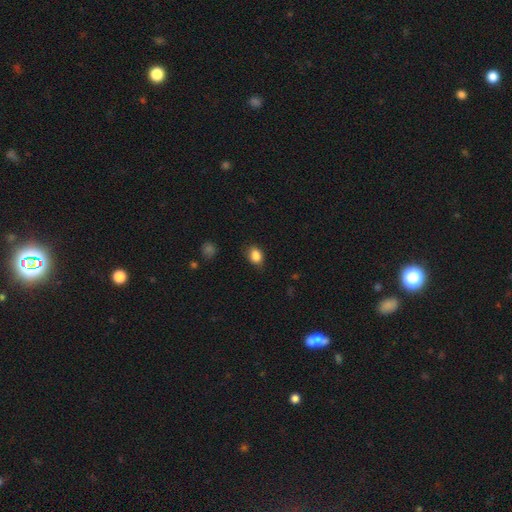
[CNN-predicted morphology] Smooth or featured?
  - smooth: 86% *
  - star or artifact: 9%
  - featured or disk: 5%
How rounded?
  - in between: 69% *
  - round: 30%
  - cigar-shaped: 1%
Merging?
  - none: 72% *
  - minor disturbance: 22%
  - major disturbance: 4%
  - merger: 1%